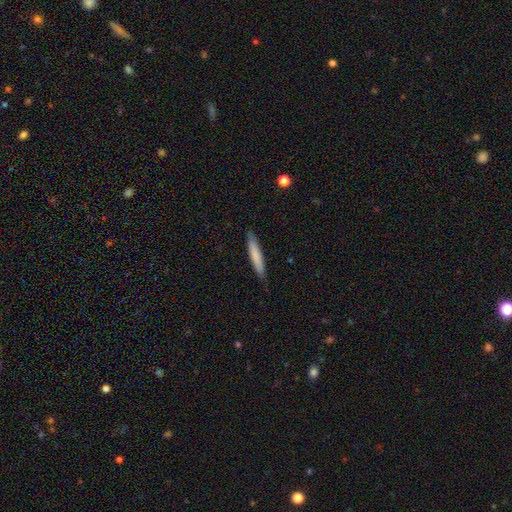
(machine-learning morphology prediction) Smooth or featured? Predicted: smooth (p=0.76). How rounded? Predicted: cigar-shaped (p=0.92). Merging? Predicted: none (p=0.86).